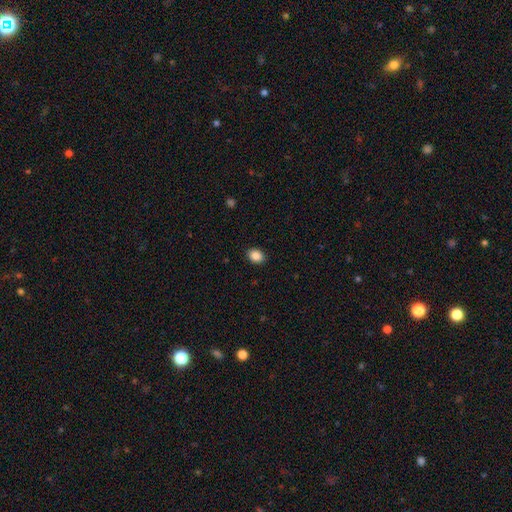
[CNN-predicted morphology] Overall: smooth (87%). How rounded: in between (62%; round 37%). Merging: none (90%).